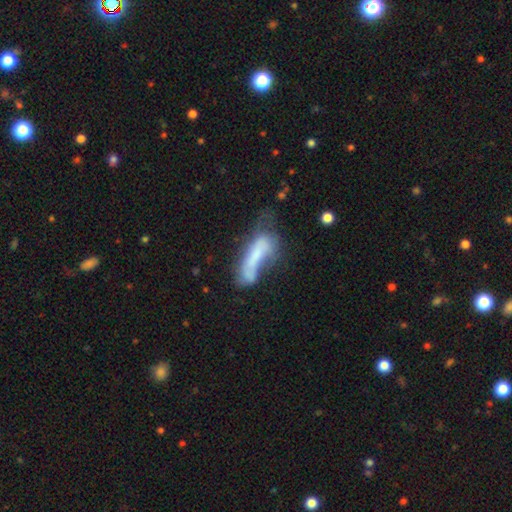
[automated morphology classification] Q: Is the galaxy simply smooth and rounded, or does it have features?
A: smooth — 59%.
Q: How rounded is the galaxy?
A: cigar-shaped — 56%.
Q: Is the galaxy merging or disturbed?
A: major disturbance — 33%.